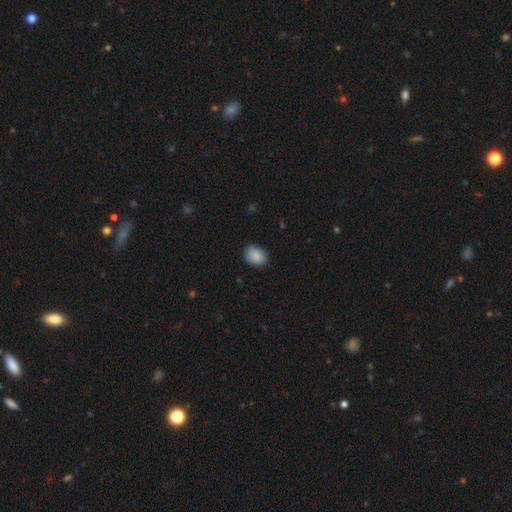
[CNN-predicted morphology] Smooth or featured? smooth (88%)
How rounded? in between (62%)
Merging? none (83%)